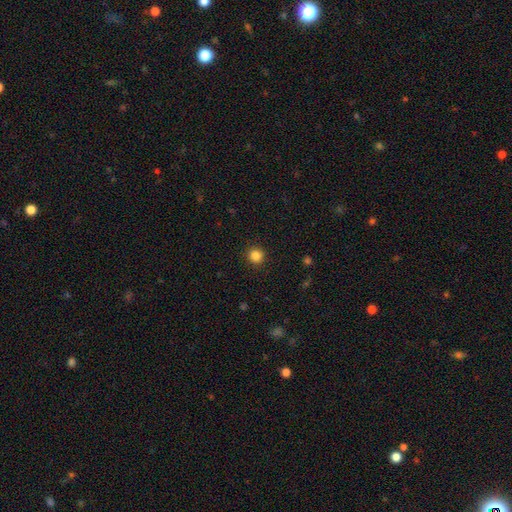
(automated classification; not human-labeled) Morphology: type=smooth (85%); roundness=round (95%); merging=none (92%).